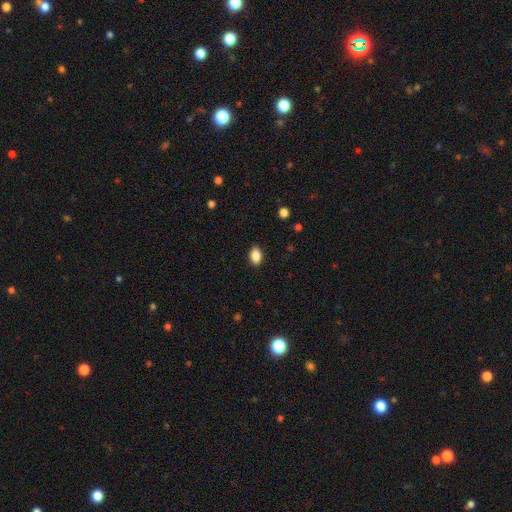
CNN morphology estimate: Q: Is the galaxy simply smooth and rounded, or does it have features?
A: smooth — 86%.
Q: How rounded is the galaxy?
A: in between — 89%.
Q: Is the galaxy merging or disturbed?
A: none — 89%.